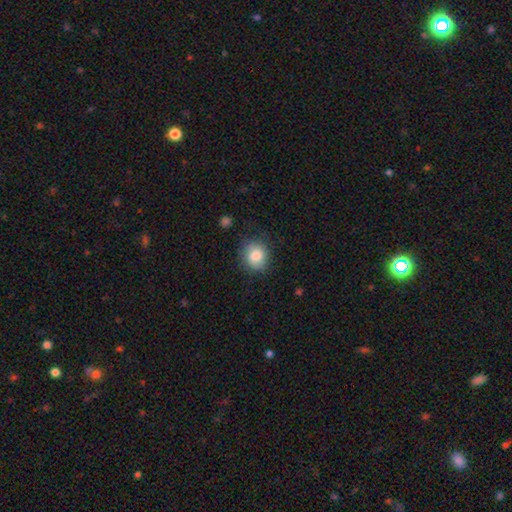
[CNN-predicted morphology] Smooth or featured? smooth (83%)
How rounded? round (79%)
Merging? none (79%)